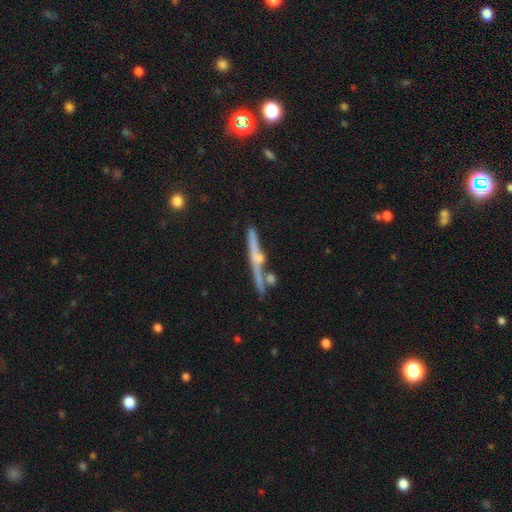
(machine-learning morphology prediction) Smooth or featured?
  - featured or disk: 72% *
  - smooth: 20%
  - star or artifact: 8%
Edge-on disk?
  - yes: 97% *
  - no: 3%
Edge-on bulge?
  - rounded: 66% *
  - none: 24%
  - boxy: 9%
Merging?
  - none: 76% *
  - minor disturbance: 11%
  - merger: 10%
  - major disturbance: 3%